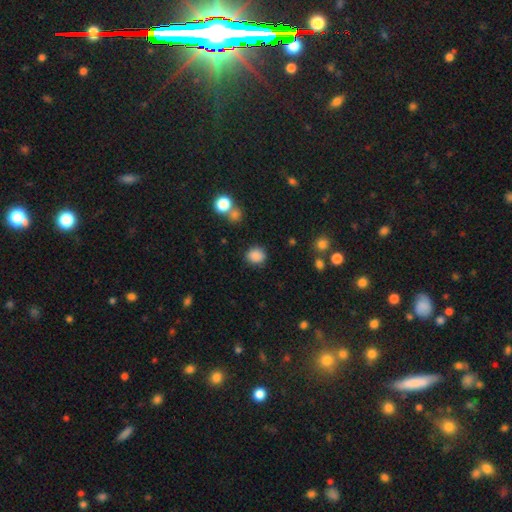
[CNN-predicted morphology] This is clearly a smooth galaxy (85%). How rounded: likely round (74%). Merging: clearly none (83%).